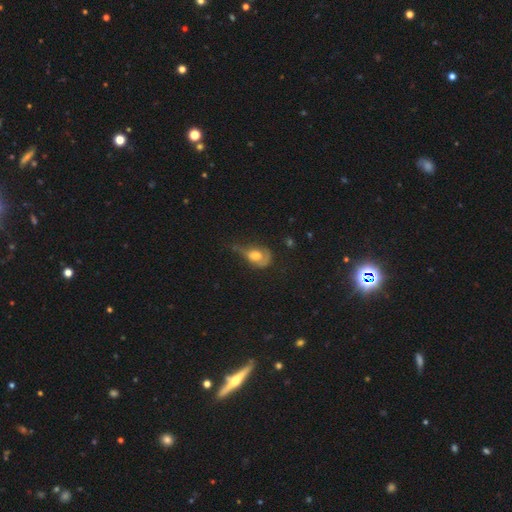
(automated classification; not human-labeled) Overall: smooth (61%; featured or disk 30%). How rounded: in between (62%; round 36%). Merging: major disturbance (40%; minor disturbance 30%).